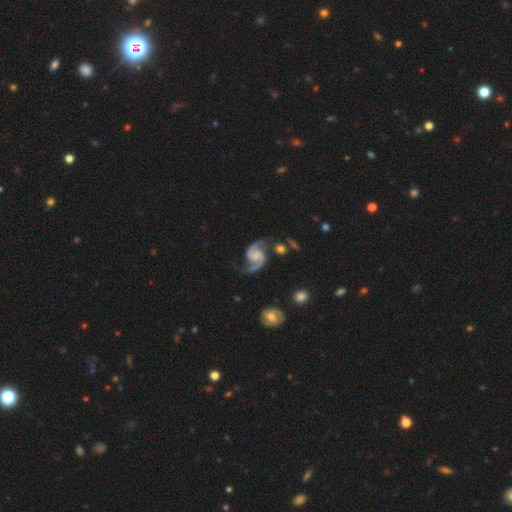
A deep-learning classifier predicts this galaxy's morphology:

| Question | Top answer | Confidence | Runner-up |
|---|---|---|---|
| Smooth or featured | featured or disk | 92% | star or artifact (4%) |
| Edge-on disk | no | 98% | yes (2%) |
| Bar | no | 48% | weak (40%) |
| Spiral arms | yes | 98% | no (2%) |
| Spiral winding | medium | 55% | loose (32%) |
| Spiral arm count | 2 | 94% | 1 (2%) |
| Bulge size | none | 41% | small (32%) |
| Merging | none | 71% | minor disturbance (17%) |